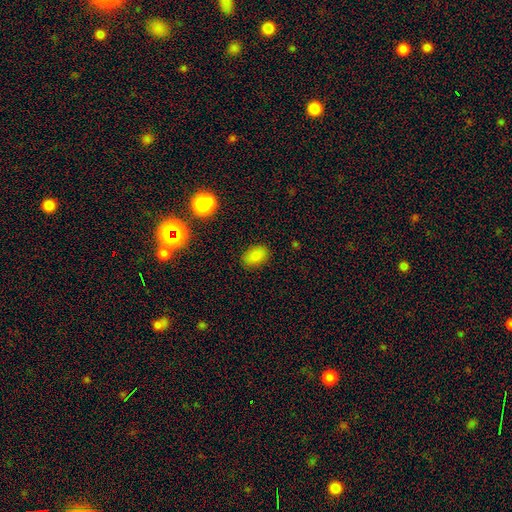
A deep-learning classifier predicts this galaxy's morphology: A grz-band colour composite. It shows a smooth galaxy with no disk features (84%) that is in between round and cigar-shaped (85%). Merging: none (87%).